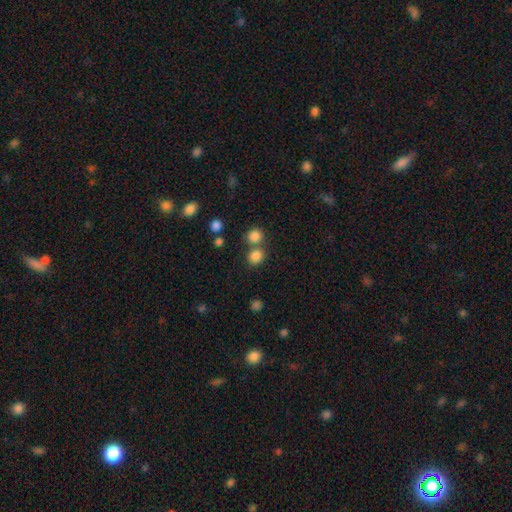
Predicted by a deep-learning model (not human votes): Morphology: type=smooth (82%); roundness=round (81%); merging=none (61%).